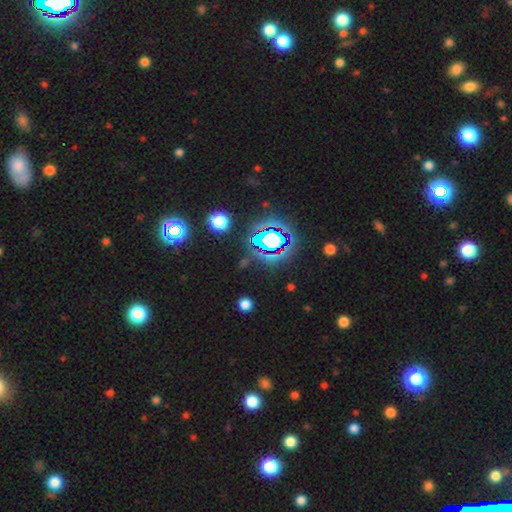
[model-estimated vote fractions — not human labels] This is clearly a star or artifact rather than a galaxy (81%).